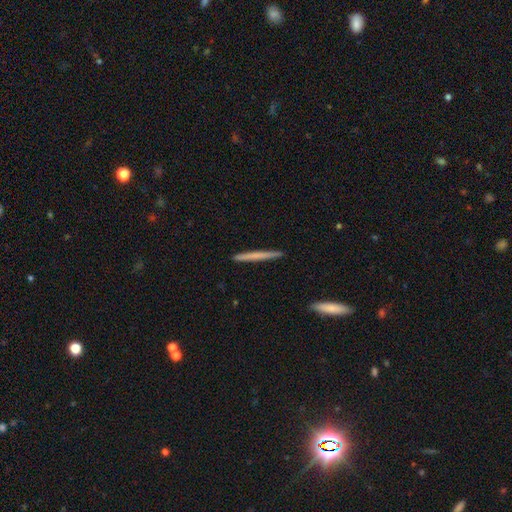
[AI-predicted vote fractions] Q: Smooth or featured?
A: smooth (60%); runner-up: featured or disk (35%)
Q: How rounded?
A: cigar-shaped (97%); runner-up: in between (2%)
Q: Merging?
A: none (93%); runner-up: minor disturbance (5%)